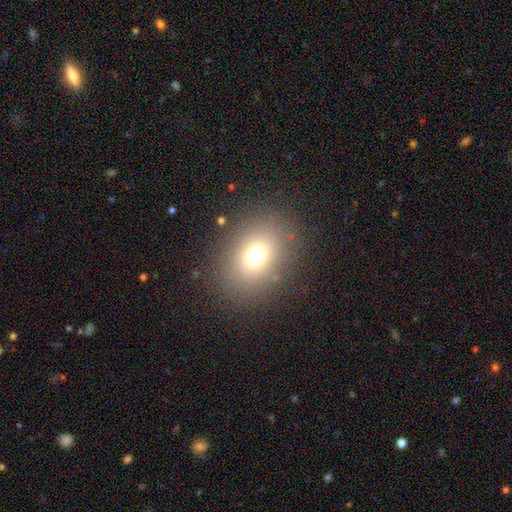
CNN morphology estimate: type=smooth (70%); roundness=in between (51%); merging=none (84%).